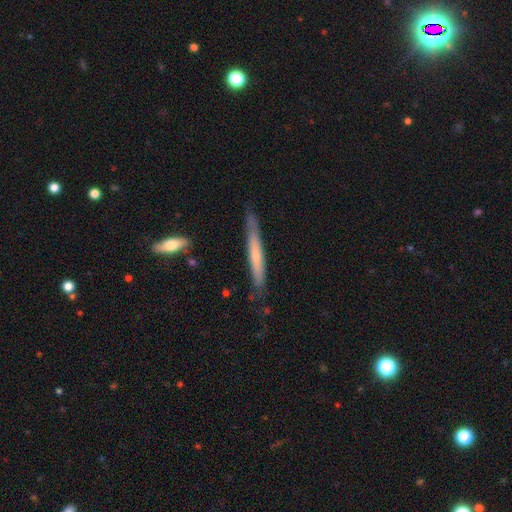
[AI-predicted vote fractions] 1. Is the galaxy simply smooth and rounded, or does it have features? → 50% smooth, 44% featured or disk, 6% star or artifact.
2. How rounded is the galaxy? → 95% cigar-shaped, 4% in between, 1% round.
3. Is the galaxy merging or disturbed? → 76% none, 19% minor disturbance, 3% major disturbance, 2% merger.